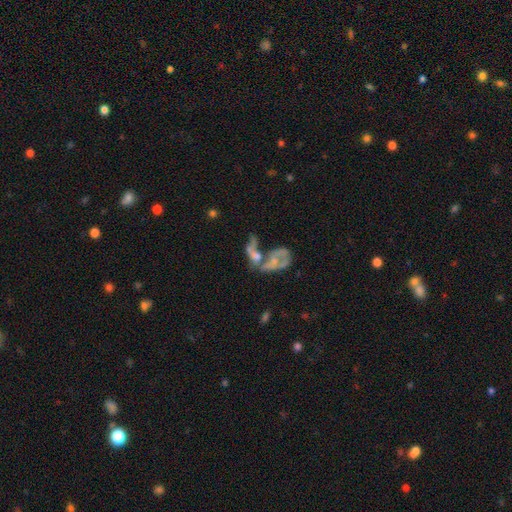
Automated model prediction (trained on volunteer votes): Smooth or featured? Predicted: featured or disk (p=0.56). Edge-on disk? Predicted: no (p=0.95). Bar? Predicted: no (p=0.81). Spiral arms? Predicted: no (p=0.67). Bulge size? Predicted: none (p=0.41). Merging? Predicted: merger (p=0.65).